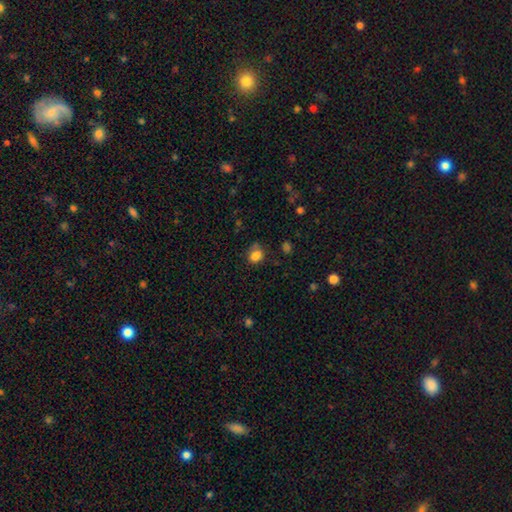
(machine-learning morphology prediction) The model was most divided on "how rounded": in between: 56%, round: 43%, cigar-shaped: 1%. More confident: smooth or featured — smooth (80%); merging — none (55%).